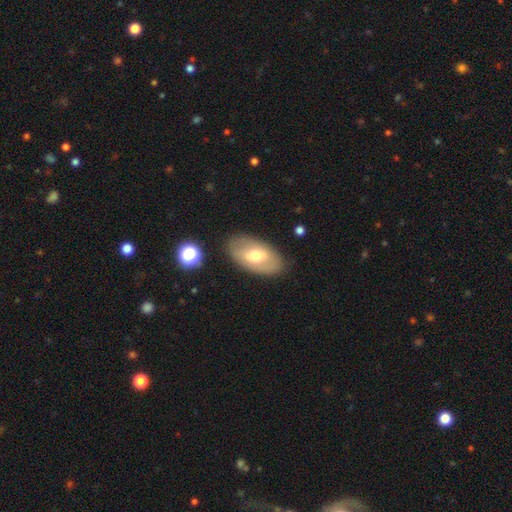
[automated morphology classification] Smooth or featured? Predicted: smooth (p=0.49). Merging? Predicted: none (p=0.82).